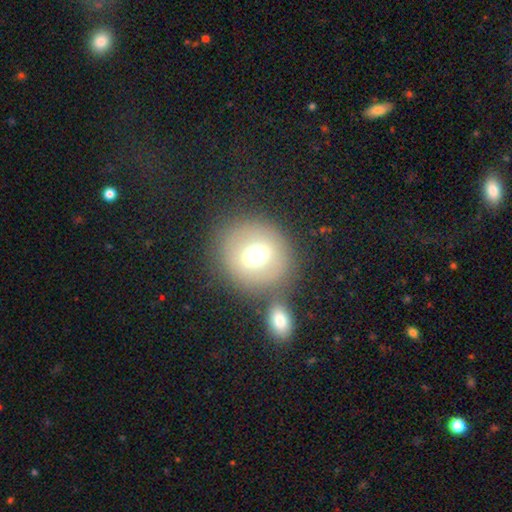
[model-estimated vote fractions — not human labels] Morphology: type=smooth (61%); roundness=round (81%); merging=none (57%).